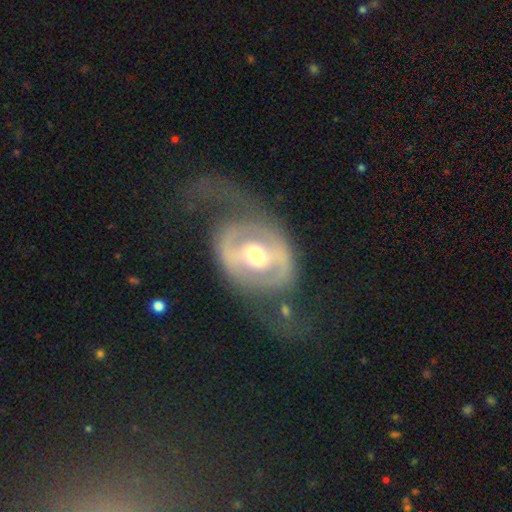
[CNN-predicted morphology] The model was most divided on "bar": strong: 37%, weak: 35%, no: 28%. Remaining: edge-on disk — no (94%); smooth or featured — featured or disk (79%); bulge size — moderate (70%); spiral arms — yes (59%); merging — none (49%).